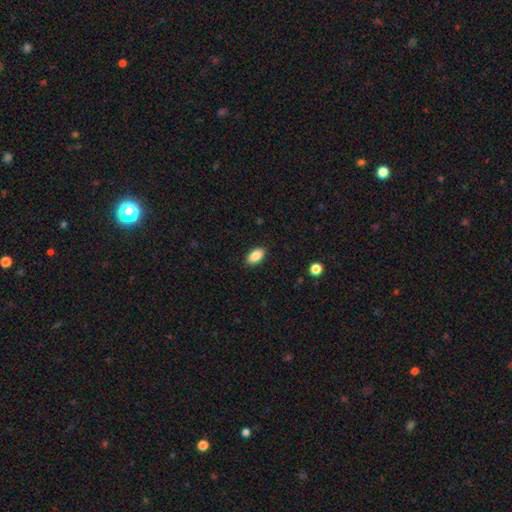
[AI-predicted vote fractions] Morphology: type=smooth (87%); roundness=in between (93%); merging=none (89%).